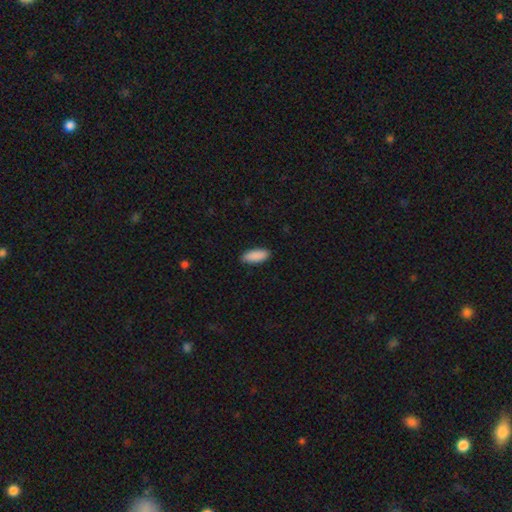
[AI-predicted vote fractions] Morphology: type=smooth (91%); roundness=in between (81%); merging=none (88%).